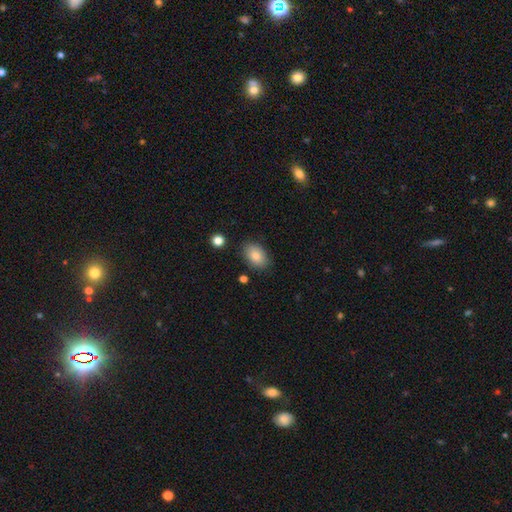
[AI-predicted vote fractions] Smooth or featured?
  - smooth: 85% *
  - featured or disk: 8%
  - star or artifact: 7%
How rounded?
  - in between: 87% *
  - round: 11%
  - cigar-shaped: 1%
Merging?
  - none: 83% *
  - minor disturbance: 12%
  - major disturbance: 3%
  - merger: 2%